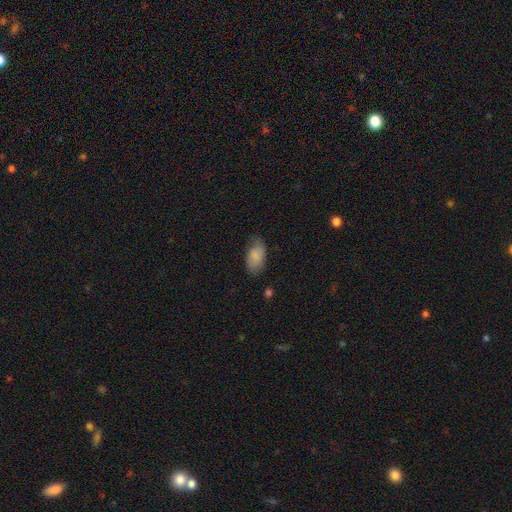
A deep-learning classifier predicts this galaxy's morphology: A smooth galaxy with no disk features (83%) that is in between round and cigar-shaped (94%). Merging: none (66%).